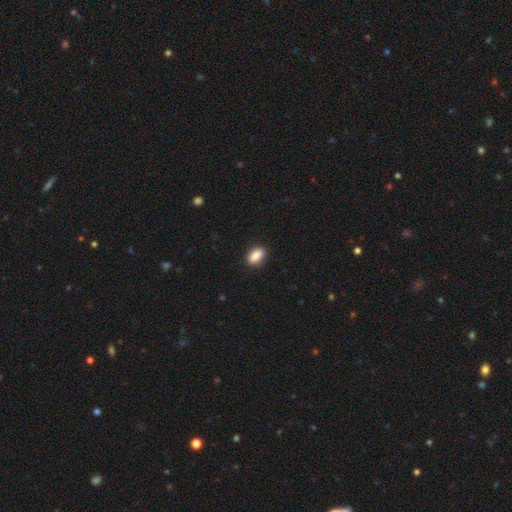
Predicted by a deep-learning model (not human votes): smooth_or_featured: smooth (p=0.88) [alt: star or artifact p=0.07]
how_rounded: in between (p=0.86) [alt: round p=0.07]
merging: none (p=0.87) [alt: minor disturbance p=0.10]